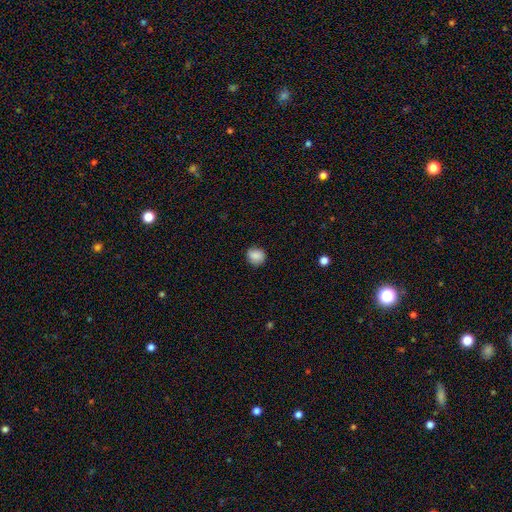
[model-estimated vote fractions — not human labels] smooth 84%, star or artifact 9%, featured or disk 7%. Down the decision tree: how rounded — round (80%); merging — none (82%).